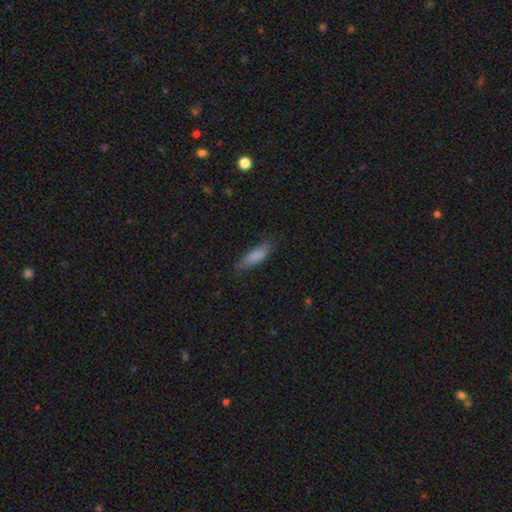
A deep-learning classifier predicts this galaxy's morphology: A smooth galaxy with no disk features (84%) that is in between round and cigar-shaped (52%).

Vote fractions:
- Smooth or featured? smooth: 84% / featured or disk: 9% / star or artifact: 7%
- How rounded? in between: 52% / cigar-shaped: 47% / round: 2%
- Merging? none: 76% / minor disturbance: 19% / major disturbance: 4% / merger: 1%